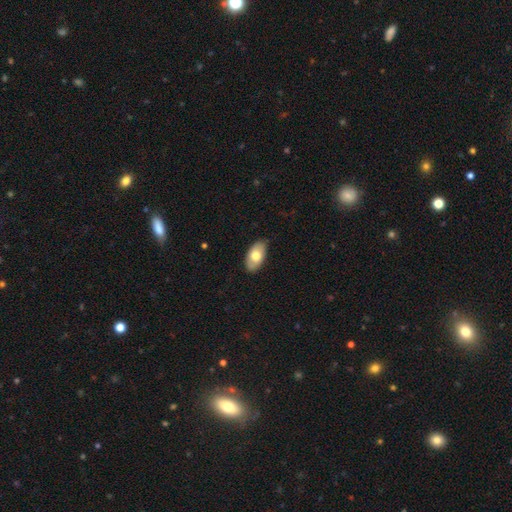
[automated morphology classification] This is likely a smooth galaxy (69%). How rounded: clearly in between (94%). Merging: clearly none (82%).